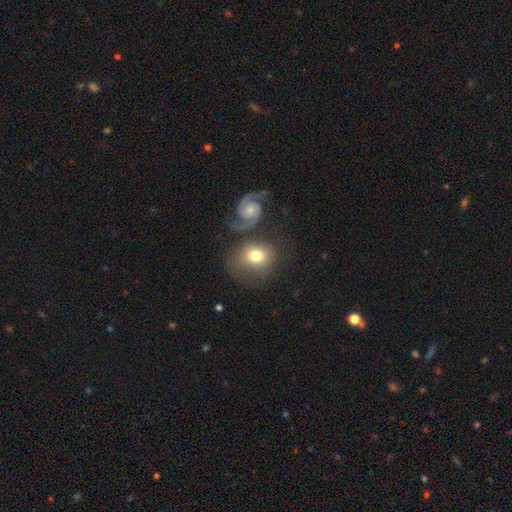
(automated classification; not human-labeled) Overall: smooth (60%; featured or disk 33%). How rounded: round (60%; in between 39%). Merging: none (55%; merger 19%).